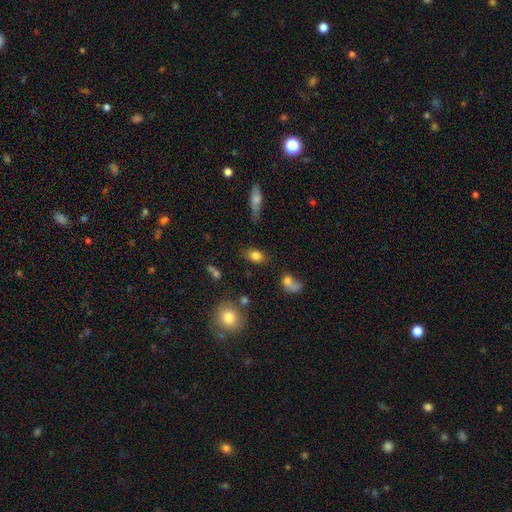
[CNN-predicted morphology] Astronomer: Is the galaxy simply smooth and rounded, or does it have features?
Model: smooth — 81%.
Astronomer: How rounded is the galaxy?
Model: in between — 78%.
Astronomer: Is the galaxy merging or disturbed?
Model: none — 75%.